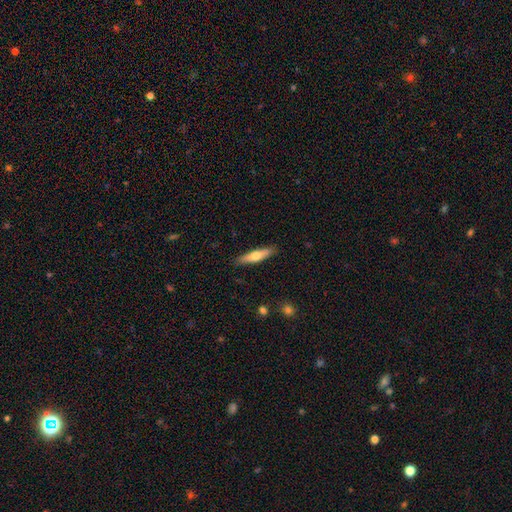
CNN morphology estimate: Q: Smooth or featured?
A: smooth (58%); runner-up: featured or disk (37%)
Q: How rounded?
A: cigar-shaped (78%); runner-up: in between (20%)
Q: Merging?
A: none (89%); runner-up: minor disturbance (8%)